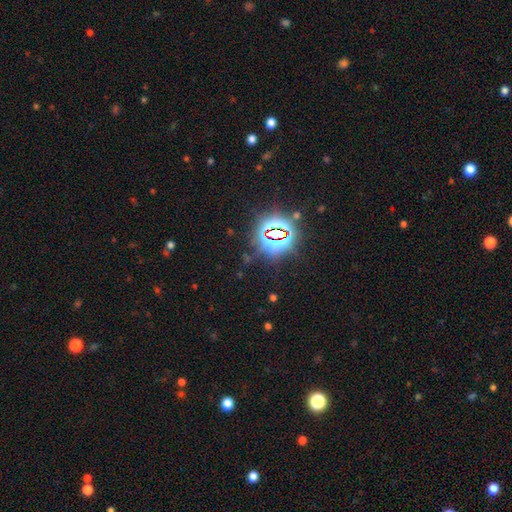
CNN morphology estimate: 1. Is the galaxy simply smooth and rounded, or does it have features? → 82% star or artifact, 11% smooth, 7% featured or disk.